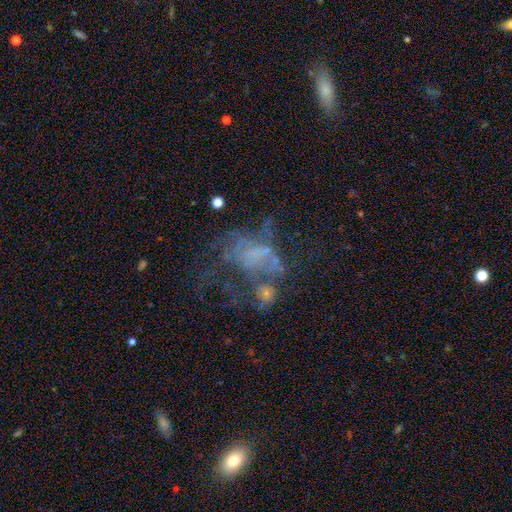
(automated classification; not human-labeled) This appears to be a featured or disk galaxy (57%) with no bar (83%), no spiral arms (79%) and no central bulge (71%). Merging: major disturbance (44%).